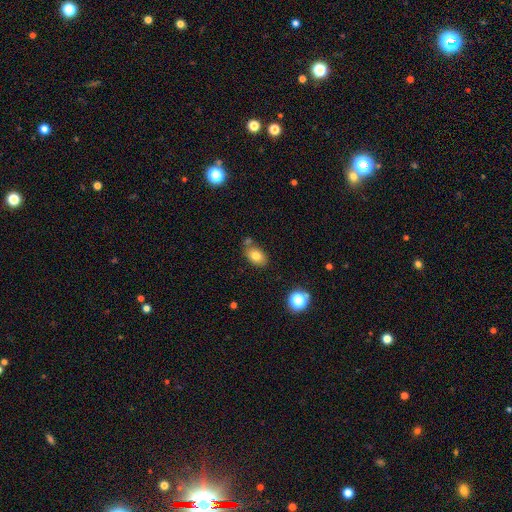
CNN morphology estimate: This is likely a smooth galaxy (77%). How rounded: clearly in between (83%). Merging: likely none (67%).